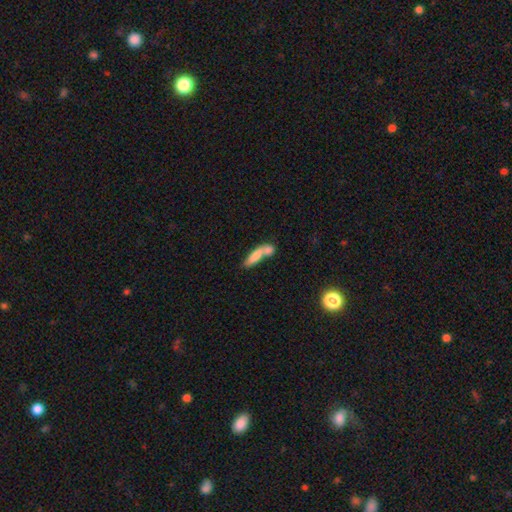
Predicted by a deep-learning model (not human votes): A smooth galaxy with no disk features (72%) that is cigar-shaped (56%). Merging: merger (54%).